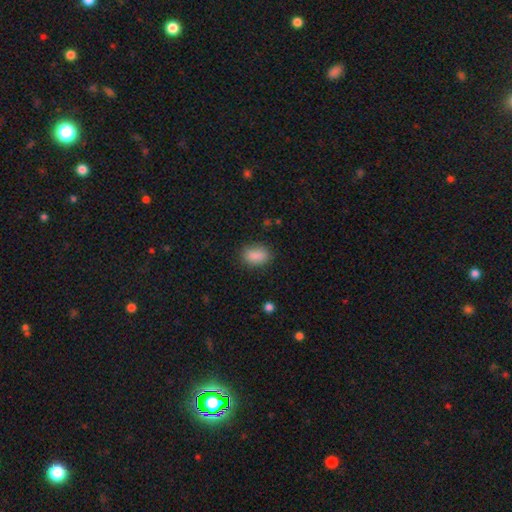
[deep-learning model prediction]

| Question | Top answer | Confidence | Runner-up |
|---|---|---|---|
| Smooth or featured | smooth | 88% | star or artifact (8%) |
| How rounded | in between | 84% | round (14%) |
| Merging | none | 83% | minor disturbance (13%) |